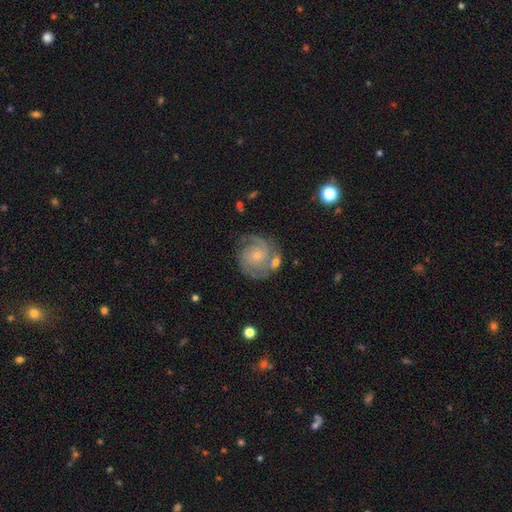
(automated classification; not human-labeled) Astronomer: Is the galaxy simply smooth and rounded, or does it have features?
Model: featured or disk — 81%.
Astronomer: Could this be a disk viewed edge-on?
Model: no — 98%.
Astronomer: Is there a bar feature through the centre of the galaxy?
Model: no — 70%.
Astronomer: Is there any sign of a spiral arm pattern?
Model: yes — 95%.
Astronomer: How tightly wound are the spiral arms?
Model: tight — 56% (runner-up: medium, 34%).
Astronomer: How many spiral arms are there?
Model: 2 — 55%.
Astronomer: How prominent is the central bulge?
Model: small — 65%.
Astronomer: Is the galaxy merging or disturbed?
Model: none — 67%.